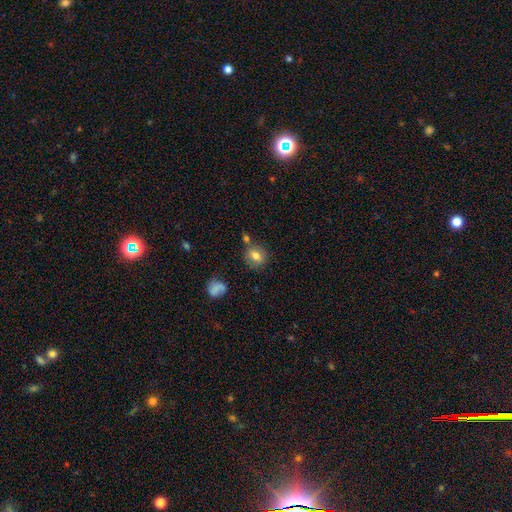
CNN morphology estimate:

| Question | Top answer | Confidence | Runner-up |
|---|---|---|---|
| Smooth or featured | smooth | 78% | featured or disk (11%) |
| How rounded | round | 75% | in between (24%) |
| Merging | none | 72% | minor disturbance (14%) |